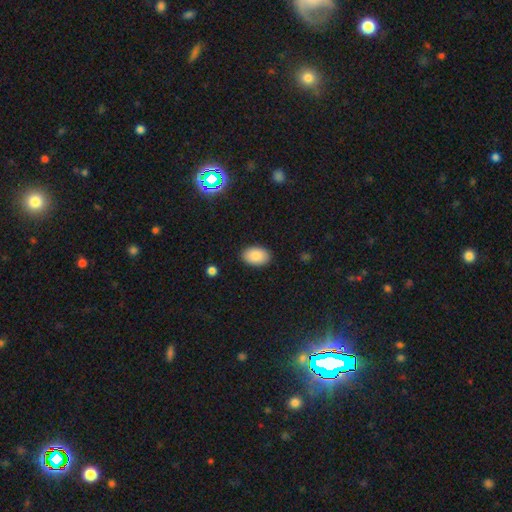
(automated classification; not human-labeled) This is clearly a smooth galaxy (88%). How rounded: clearly in between (90%). Merging: clearly none (88%).